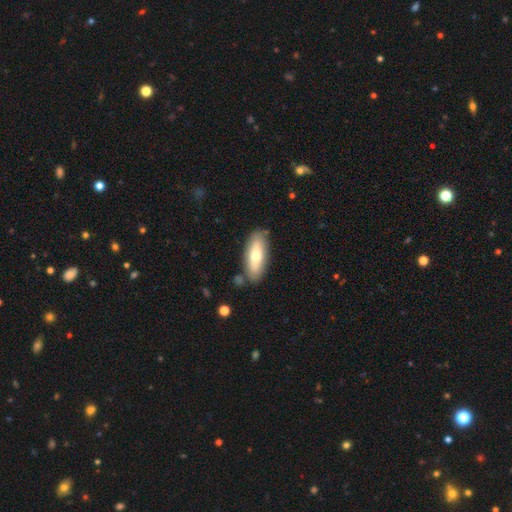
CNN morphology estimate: Overall: smooth (66%; featured or disk 29%). How rounded: in between (71%). Merging: none (80%).